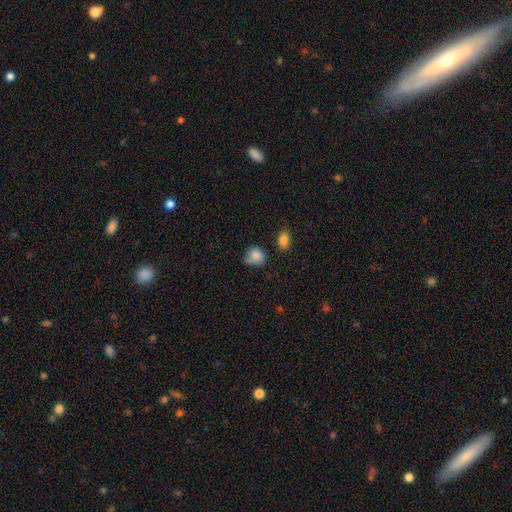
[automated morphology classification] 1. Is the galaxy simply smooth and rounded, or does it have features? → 83% smooth, 9% star or artifact, 8% featured or disk.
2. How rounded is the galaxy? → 68% round, 30% in between, 1% cigar-shaped.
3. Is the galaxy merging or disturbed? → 52% none, 32% minor disturbance, 8% major disturbance, 7% merger.